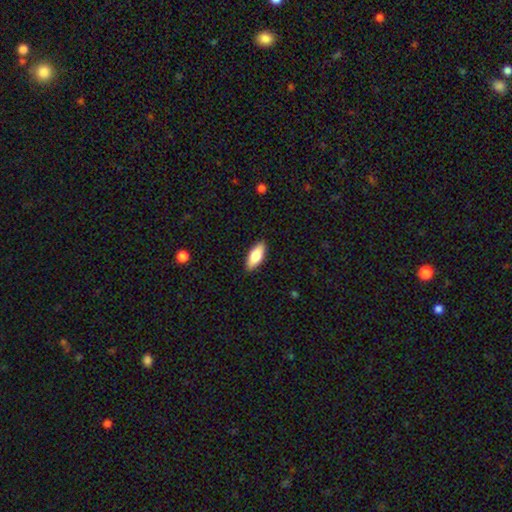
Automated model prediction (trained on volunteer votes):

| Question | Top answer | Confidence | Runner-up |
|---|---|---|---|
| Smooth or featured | smooth | 81% | featured or disk (13%) |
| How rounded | in between | 82% | cigar-shaped (16%) |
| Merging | none | 89% | minor disturbance (9%) |